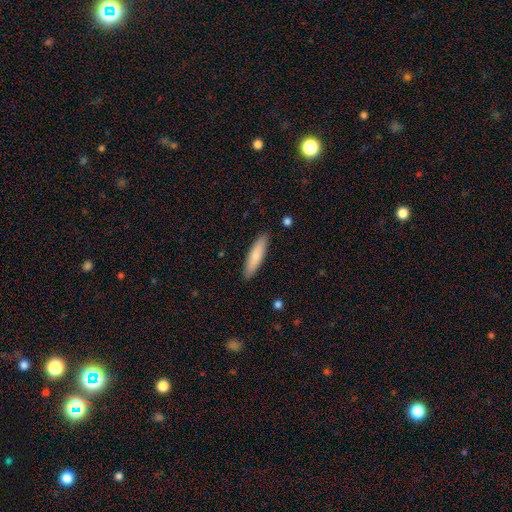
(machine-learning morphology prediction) Smooth or featured?
  - smooth: 80% *
  - featured or disk: 14%
  - star or artifact: 5%
How rounded?
  - cigar-shaped: 76% *
  - in between: 22%
  - round: 1%
Merging?
  - none: 90% *
  - minor disturbance: 8%
  - major disturbance: 2%
  - merger: 1%